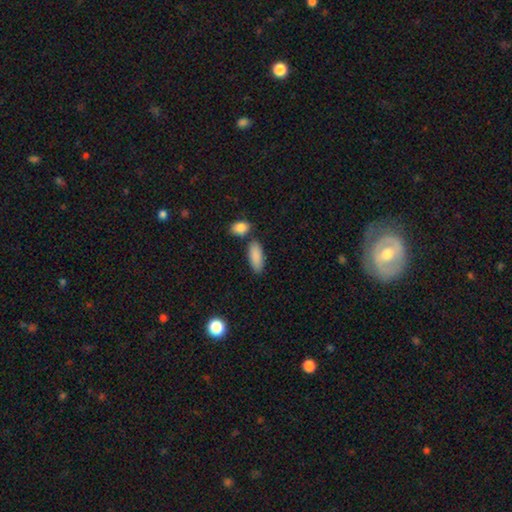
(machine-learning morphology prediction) type=smooth (89%); roundness=in between (81%); merging=none (74%).